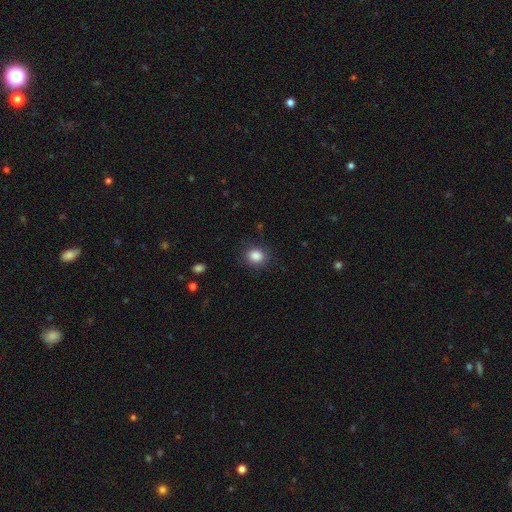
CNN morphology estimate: Q: Smooth or featured?
A: smooth (87%); runner-up: star or artifact (10%)
Q: How rounded?
A: round (72%); runner-up: in between (27%)
Q: Merging?
A: none (86%); runner-up: minor disturbance (10%)